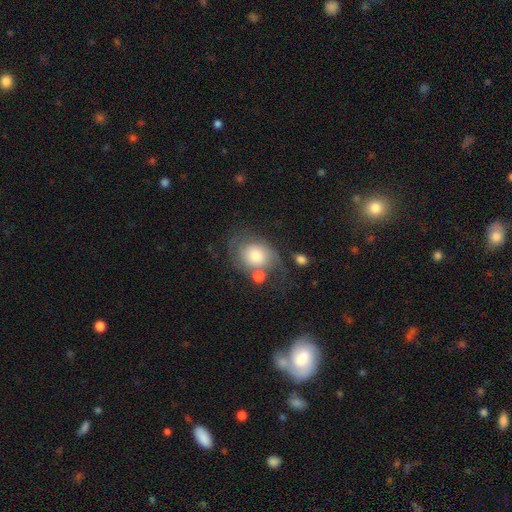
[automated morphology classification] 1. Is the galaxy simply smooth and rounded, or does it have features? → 52% smooth, 39% featured or disk, 9% star or artifact.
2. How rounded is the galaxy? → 50% round, 49% in between, 1% cigar-shaped.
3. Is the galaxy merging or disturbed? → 41% none, 23% minor disturbance, 21% major disturbance, 15% merger.